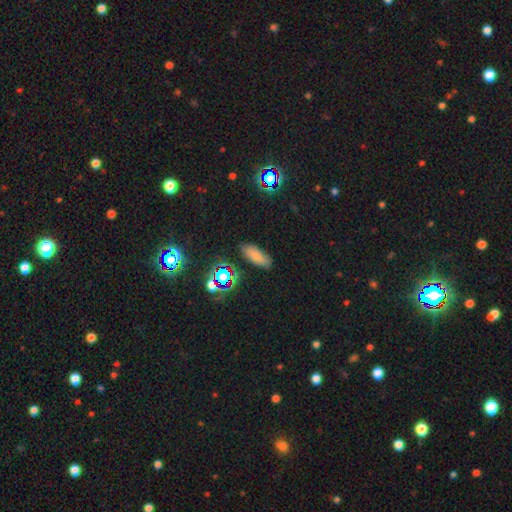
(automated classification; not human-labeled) smooth_or_featured: smooth (p=0.69) [alt: star or artifact p=0.20]
how_rounded: in between (p=0.77) [alt: cigar-shaped p=0.18]
merging: none (p=0.83) [alt: minor disturbance p=0.12]